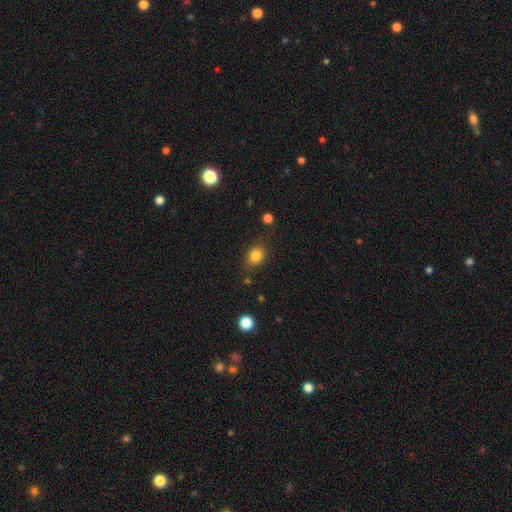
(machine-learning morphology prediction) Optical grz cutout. It shows a smooth galaxy with no disk features (83%) that is in between round and cigar-shaped (51%). Merging: none (79%).